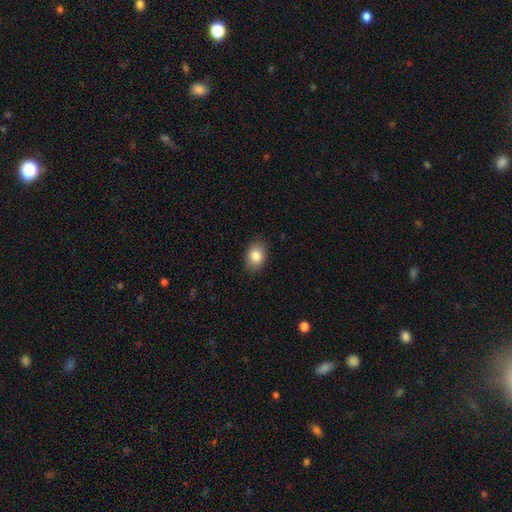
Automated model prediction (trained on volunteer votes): A smooth galaxy with no disk features (85%) that is in between round and cigar-shaped (72%). Merging: none (85%).